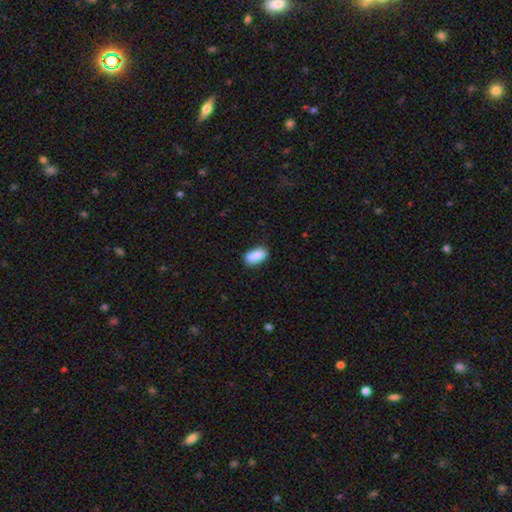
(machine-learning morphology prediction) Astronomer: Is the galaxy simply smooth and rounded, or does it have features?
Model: smooth — 89%.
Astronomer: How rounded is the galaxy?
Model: in between — 88%.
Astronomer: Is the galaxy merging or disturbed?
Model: none — 82%.